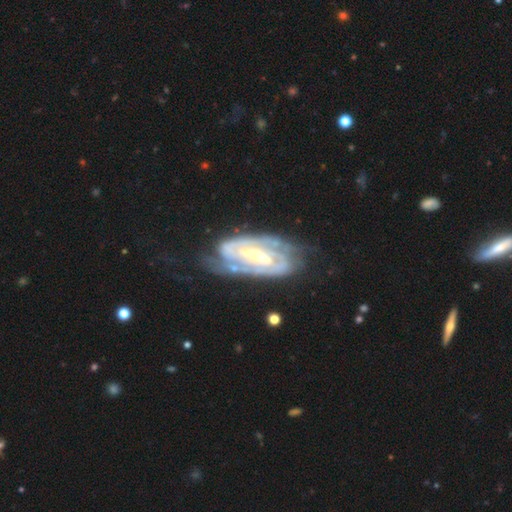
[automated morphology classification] The model was most divided on "bulge size": moderate: 50%, small: 38%, large: 7%, none: 4%, dominant: 1%. More confident: spiral arms — yes (94%); edge-on disk — no (94%); smooth or featured — featured or disk (88%); spiral arm count — 2 (67%); merging — none (66%); bar — strong (61%); spiral winding — tight (60%).